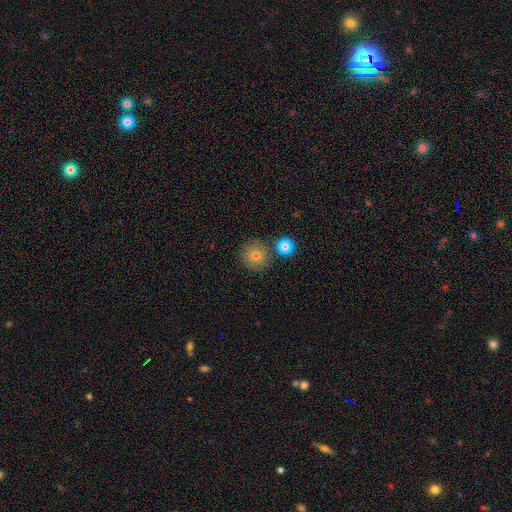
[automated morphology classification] This is likely a smooth galaxy (79%). How rounded: clearly round (91%). Merging: likely none (74%).